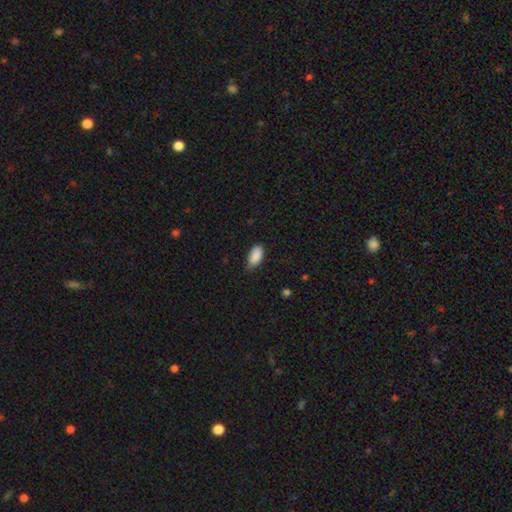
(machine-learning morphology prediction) The model was most divided on "merging": none: 67%, minor disturbance: 28%, major disturbance: 4%, merger: 1%. More confident: how rounded — in between (93%); smooth or featured — smooth (89%).